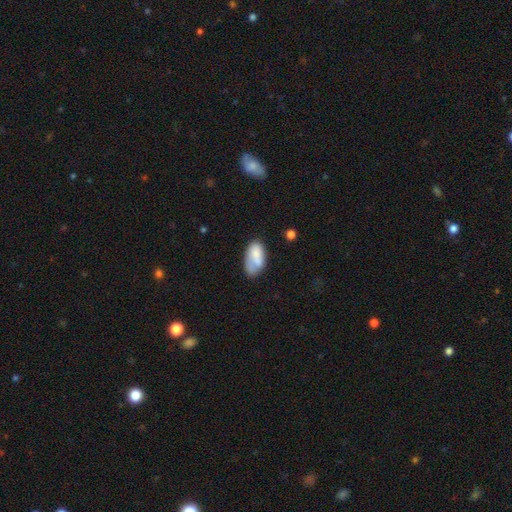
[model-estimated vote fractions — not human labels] Smooth or featured? smooth (75%)
How rounded? in between (93%)
Merging? none (48%)